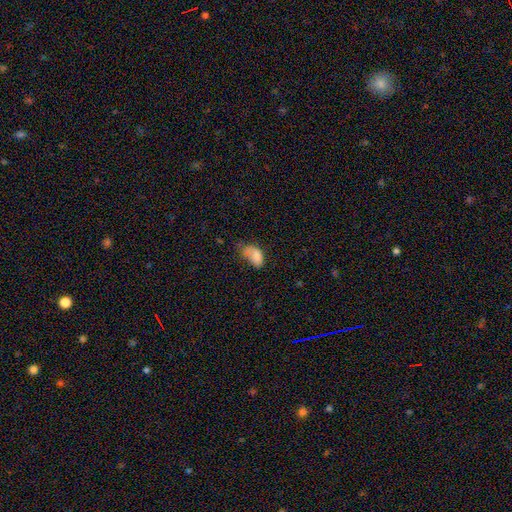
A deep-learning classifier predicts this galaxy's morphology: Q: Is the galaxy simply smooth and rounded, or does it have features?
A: smooth — 77%.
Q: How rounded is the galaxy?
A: in between — 92%.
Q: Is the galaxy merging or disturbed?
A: minor disturbance — 37%.